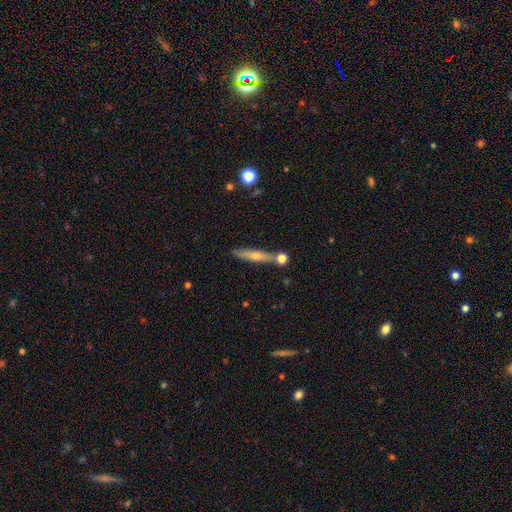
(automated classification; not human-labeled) Smooth or featured? Predicted: featured or disk (p=0.47). Merging? Predicted: none (p=0.78).